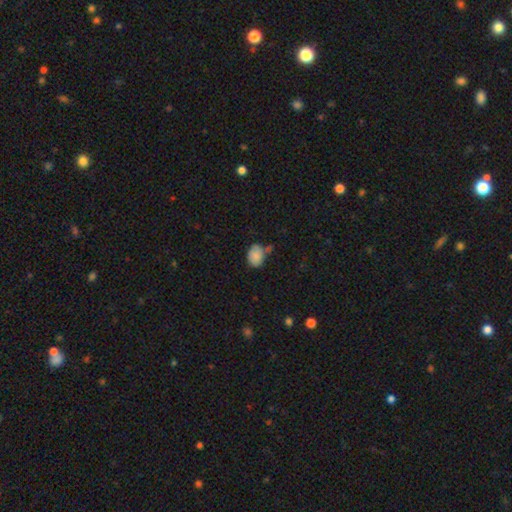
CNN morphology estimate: Smooth or featured? Predicted: smooth (p=0.83). How rounded? Predicted: in between (p=0.70). Merging? Predicted: none (p=0.51).